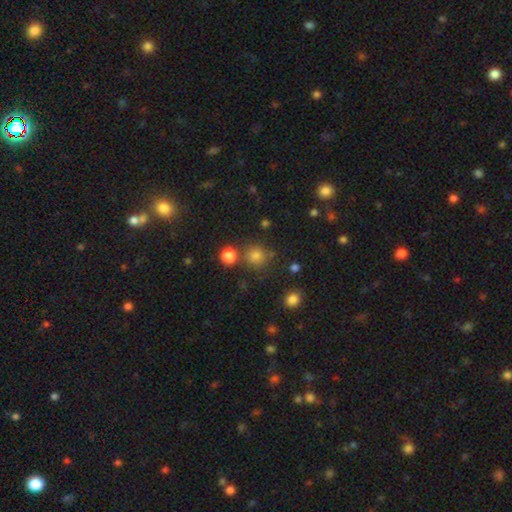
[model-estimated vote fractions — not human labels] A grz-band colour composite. It shows a smooth galaxy with no disk features (76%) that is round (92%). Merging: none (78%).